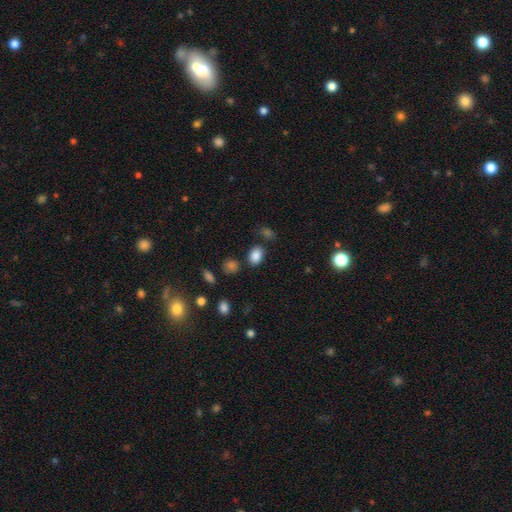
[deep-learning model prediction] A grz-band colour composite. It shows a smooth galaxy with no disk features (85%) that is in between round and cigar-shaped (70%). Merging: none (77%).